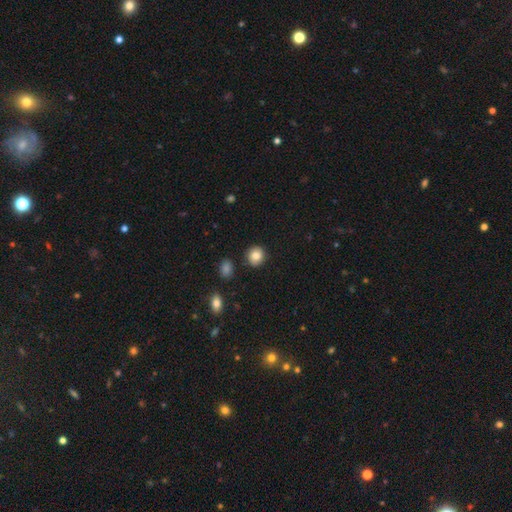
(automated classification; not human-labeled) A smooth galaxy with no disk features (85%) that is round (85%).

Vote fractions:
- Smooth or featured? smooth: 85% / star or artifact: 8% / featured or disk: 6%
- How rounded? round: 85% / in between: 14% / cigar-shaped: 1%
- Merging? none: 87% / minor disturbance: 9% / merger: 2% / major disturbance: 2%